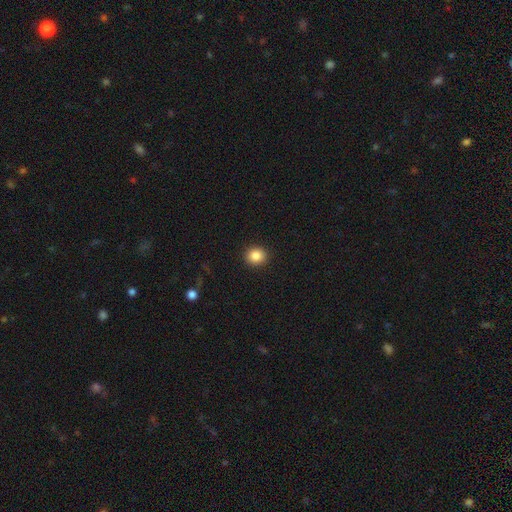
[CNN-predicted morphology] A smooth galaxy with no disk features (86%) that is round (82%).

Vote fractions:
- Smooth or featured? smooth: 86% / star or artifact: 10% / featured or disk: 4%
- How rounded? round: 82% / in between: 17% / cigar-shaped: 1%
- Merging? none: 92% / minor disturbance: 5% / major disturbance: 2% / merger: 1%